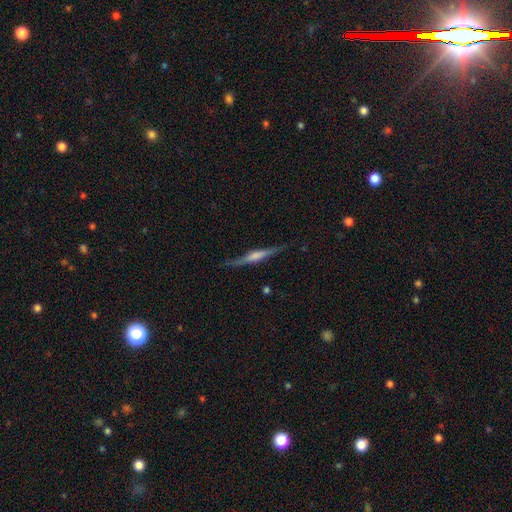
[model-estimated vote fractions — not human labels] Morphology: type=featured or disk (76%); edge-on=yes (97%); edge-on bulge=rounded (57%); merging=none (84%).